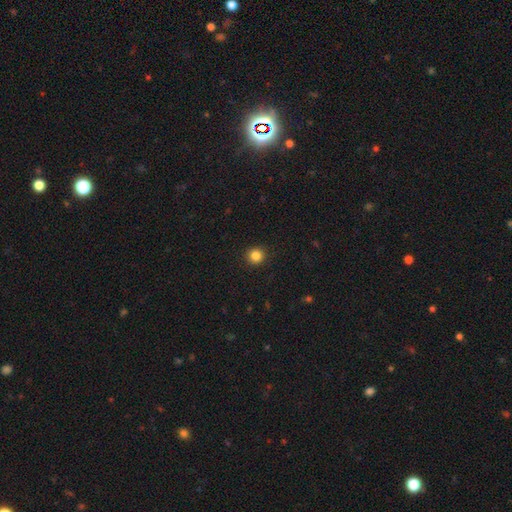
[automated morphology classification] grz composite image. It shows a smooth galaxy with no disk features (85%) that is round (93%). Merging: none (92%).